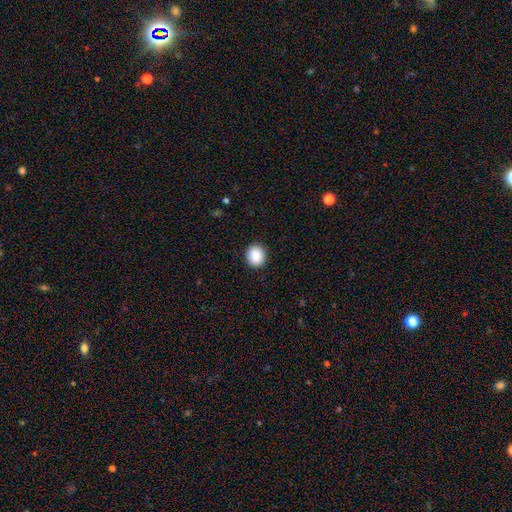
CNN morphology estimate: The model was most divided on "how rounded": round: 82%, in between: 17%, cigar-shaped: 1%. More confident: merging — none (91%); smooth or featured — smooth (89%).